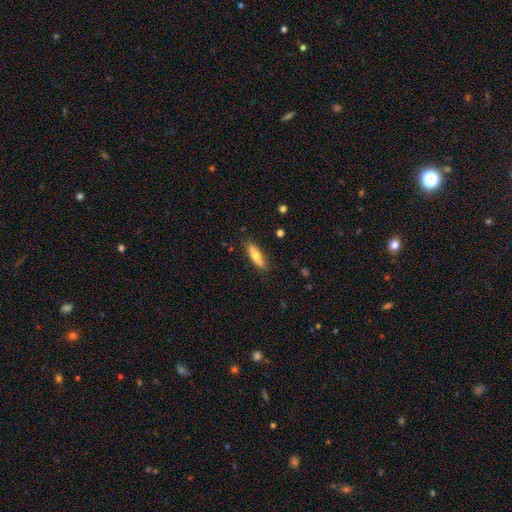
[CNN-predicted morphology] Smooth or featured?
  - smooth: 68% *
  - featured or disk: 26%
  - star or artifact: 6%
How rounded?
  - cigar-shaped: 55% *
  - in between: 43%
  - round: 2%
Merging?
  - none: 84% *
  - minor disturbance: 12%
  - major disturbance: 2%
  - merger: 1%